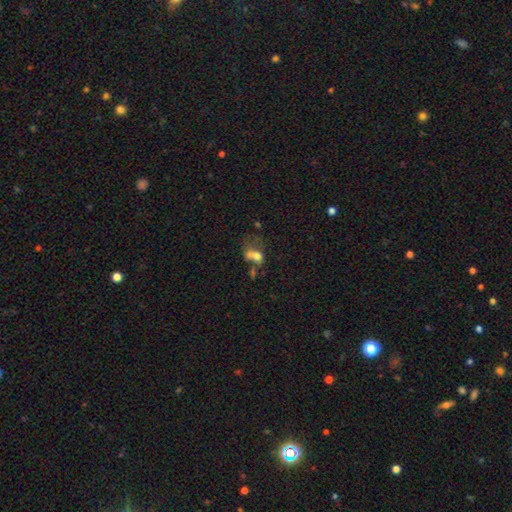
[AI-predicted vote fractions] The model was most divided on "merging": merger: 40%, major disturbance: 31%, none: 17%, minor disturbance: 12%. More confident: how rounded — in between (69%); smooth or featured — smooth (59%).